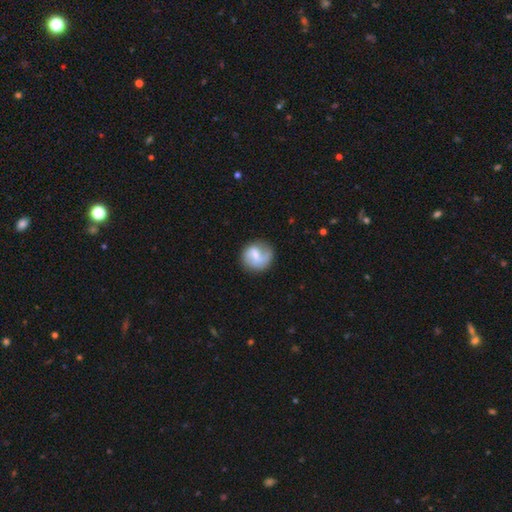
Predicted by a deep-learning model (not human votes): Smooth or featured: featured or disk — 47% (smooth — 46%)
Merging: none — 64% (minor disturbance — 21%)